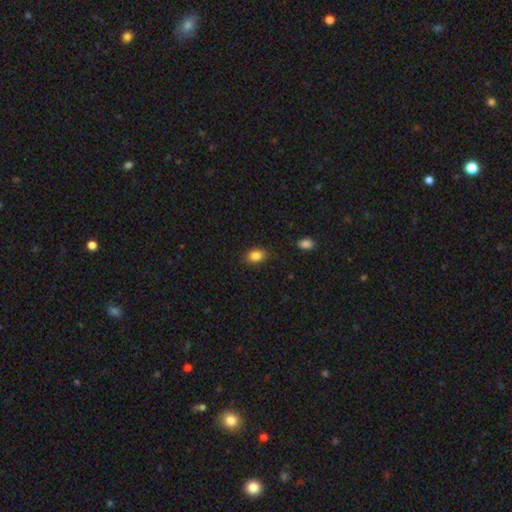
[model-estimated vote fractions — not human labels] Q: Smooth or featured?
A: smooth (86%); runner-up: star or artifact (9%)
Q: How rounded?
A: in between (77%); runner-up: round (22%)
Q: Merging?
A: none (86%); runner-up: minor disturbance (10%)